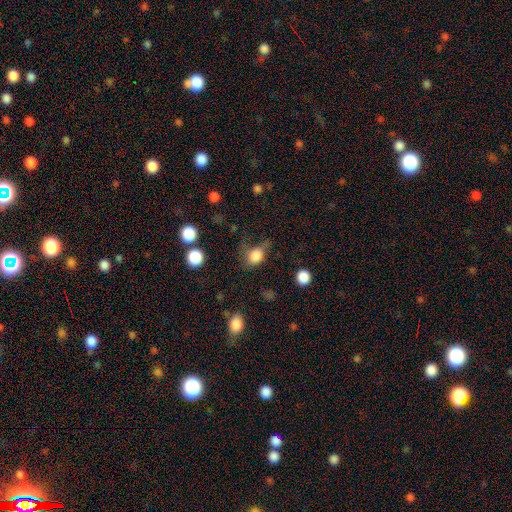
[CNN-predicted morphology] A smooth galaxy with no disk features (82%) that is round (50%).

Vote fractions:
- Smooth or featured? smooth: 82% / star or artifact: 10% / featured or disk: 8%
- How rounded? round: 50% / in between: 49% / cigar-shaped: 2%
- Merging? none: 38% / minor disturbance: 31% / major disturbance: 27% / merger: 4%